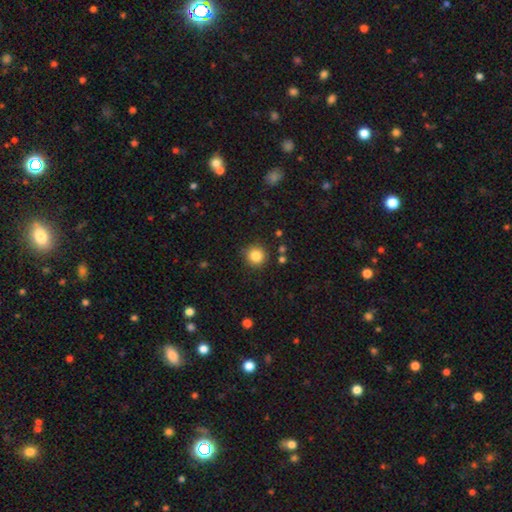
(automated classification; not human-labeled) The model was most divided on "smooth or featured": smooth: 85%, star or artifact: 11%, featured or disk: 5%. More confident: how rounded — round (92%); merging — none (87%).